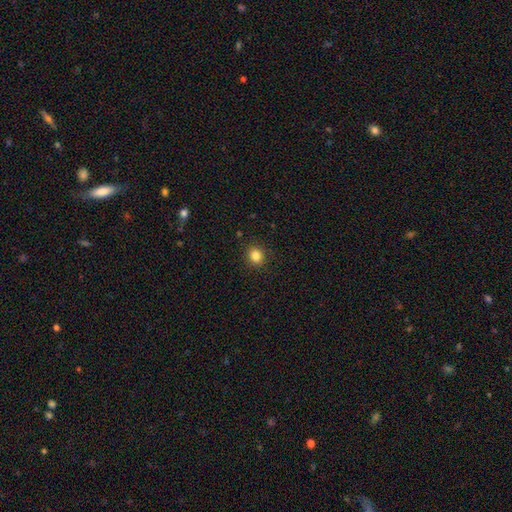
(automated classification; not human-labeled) This appears to be a smooth galaxy with no disk features (84%) that is round (80%). Merging: none (90%).